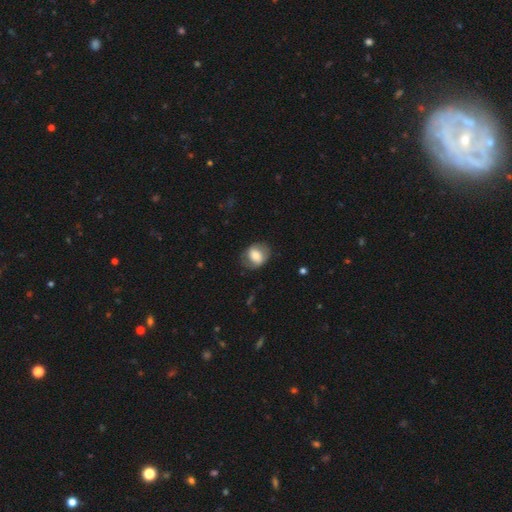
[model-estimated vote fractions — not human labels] This appears to be a smooth galaxy with no disk features (60%) that is in between round and cigar-shaped (51%). Merging: none (73%).